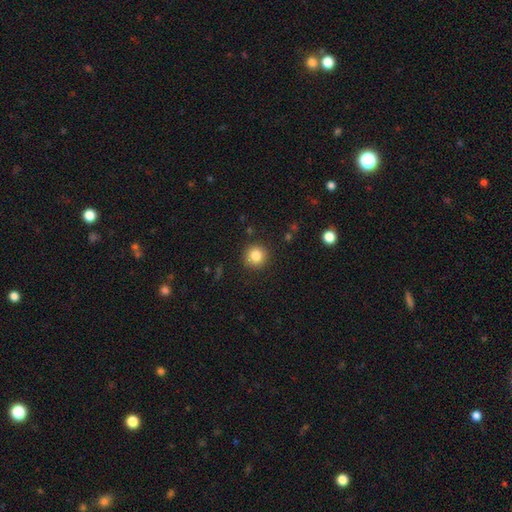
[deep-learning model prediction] Smooth or featured: smooth — 83% (star or artifact — 11%)
How rounded: round — 94% (in between — 5%)
Merging: none — 90% (minor disturbance — 7%)